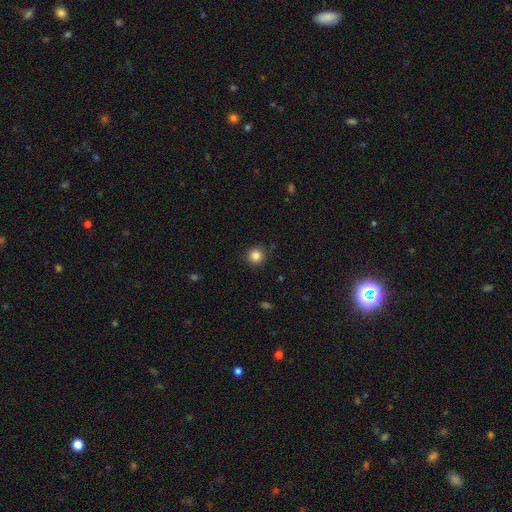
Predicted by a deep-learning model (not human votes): The model was most divided on "smooth or featured": smooth: 85%, star or artifact: 11%, featured or disk: 4%. More confident: how rounded — round (94%); merging — none (90%).